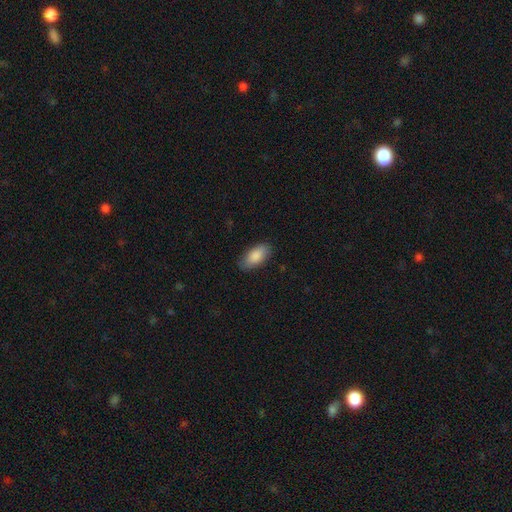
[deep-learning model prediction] smooth 88%, featured or disk 6%, star or artifact 6%. Down the decision tree: how rounded — in between (92%); merging — none (85%).